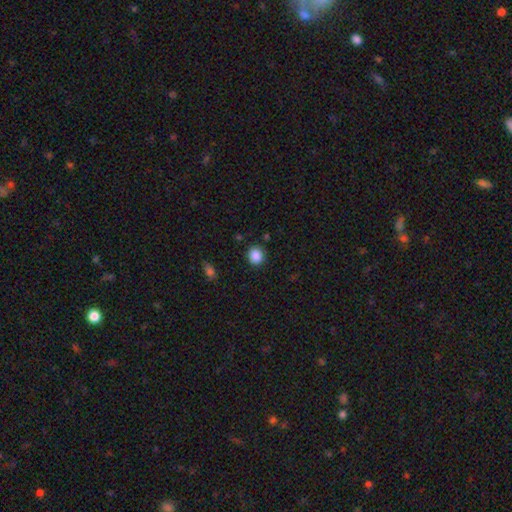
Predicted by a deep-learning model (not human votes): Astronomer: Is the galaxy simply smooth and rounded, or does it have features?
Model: smooth — 87%.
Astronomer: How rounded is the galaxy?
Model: round — 79%.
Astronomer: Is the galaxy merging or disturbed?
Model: none — 87%.